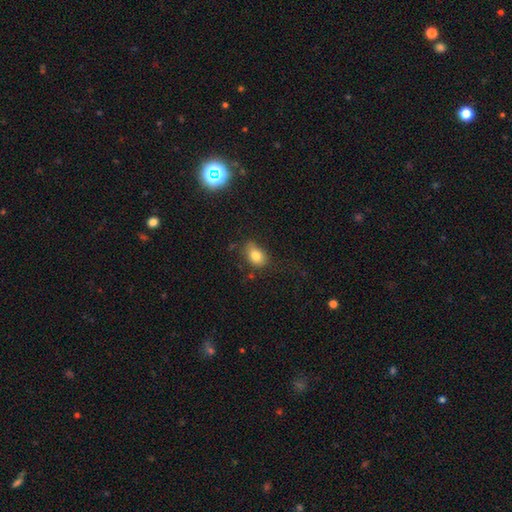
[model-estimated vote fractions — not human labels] A smooth galaxy with no disk features (80%) that is in between round and cigar-shaped (79%).

Vote fractions:
- Smooth or featured? smooth: 80% / star or artifact: 10% / featured or disk: 9%
- How rounded? in between: 79% / round: 19% / cigar-shaped: 2%
- Merging? none: 65% / minor disturbance: 25% / major disturbance: 7% / merger: 3%